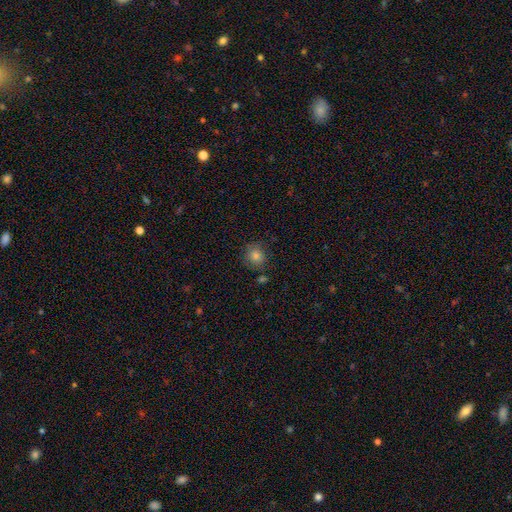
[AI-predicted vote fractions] Smooth or featured: smooth — 79% (star or artifact — 13%)
How rounded: round — 88% (in between — 11%)
Merging: none — 81% (minor disturbance — 12%)